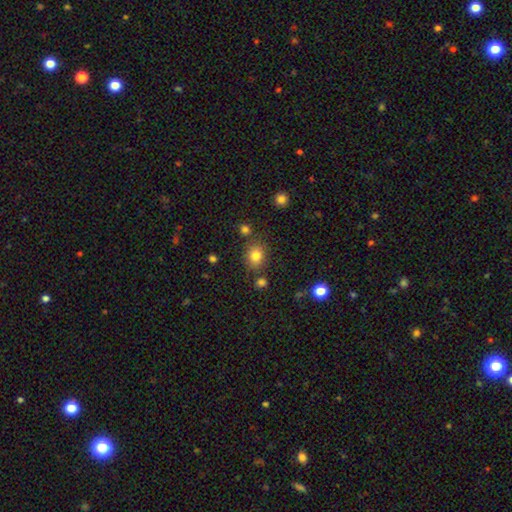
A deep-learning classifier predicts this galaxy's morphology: type=smooth (81%); roundness=round (64%); merging=none (77%).